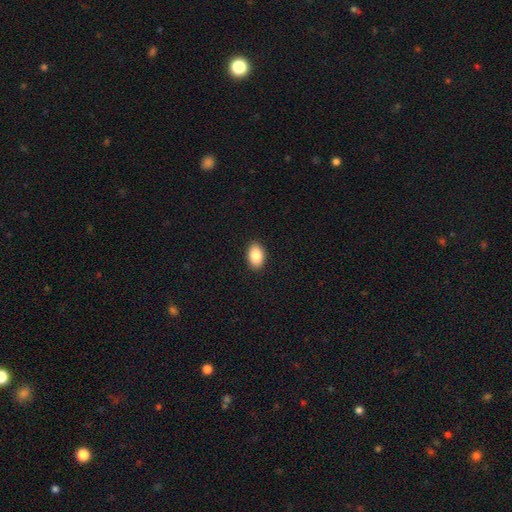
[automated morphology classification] Smooth or featured? smooth (86%)
How rounded? in between (88%)
Merging? none (90%)